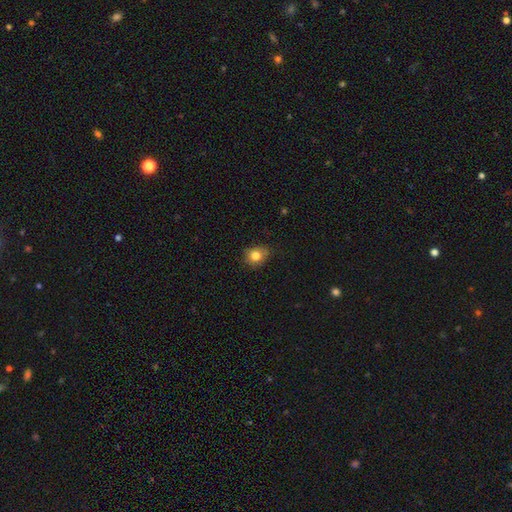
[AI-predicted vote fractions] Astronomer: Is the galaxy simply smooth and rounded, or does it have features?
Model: smooth — 81%.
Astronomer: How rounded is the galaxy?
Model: round — 60% (runner-up: in between, 39%).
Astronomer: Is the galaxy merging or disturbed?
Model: none — 76%.